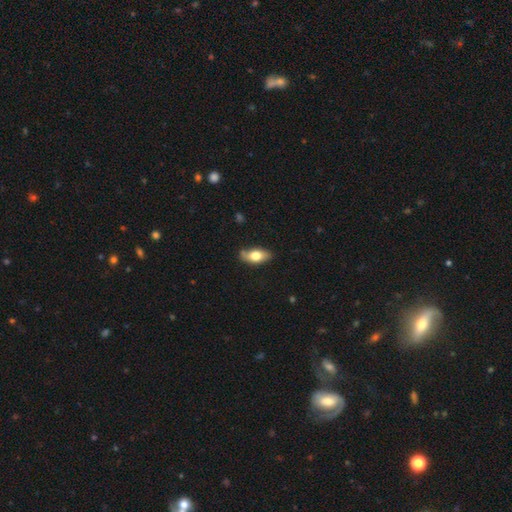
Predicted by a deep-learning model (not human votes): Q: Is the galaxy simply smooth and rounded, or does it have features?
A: smooth — 71%.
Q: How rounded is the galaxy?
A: in between — 87%.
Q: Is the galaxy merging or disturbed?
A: none — 74%.